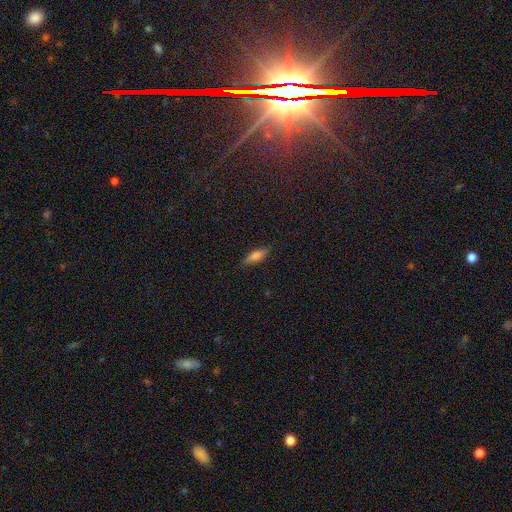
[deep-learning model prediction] Smooth or featured? Predicted: smooth (p=0.73). How rounded? Predicted: in between (p=0.53). Merging? Predicted: none (p=0.83).